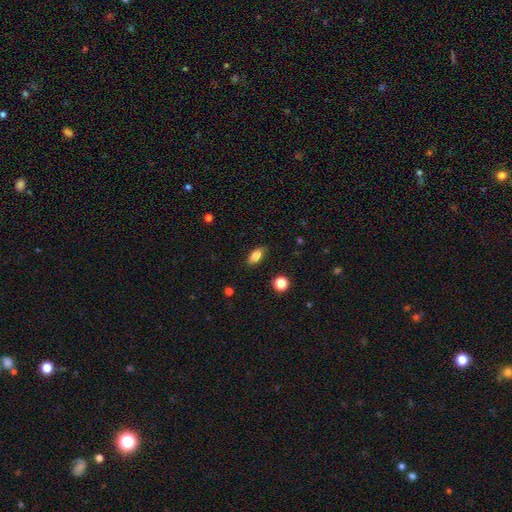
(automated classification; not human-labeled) The model was most divided on "smooth or featured": smooth: 82%, featured or disk: 9%, star or artifact: 8%. More confident: merging — none (86%); how rounded — in between (84%).